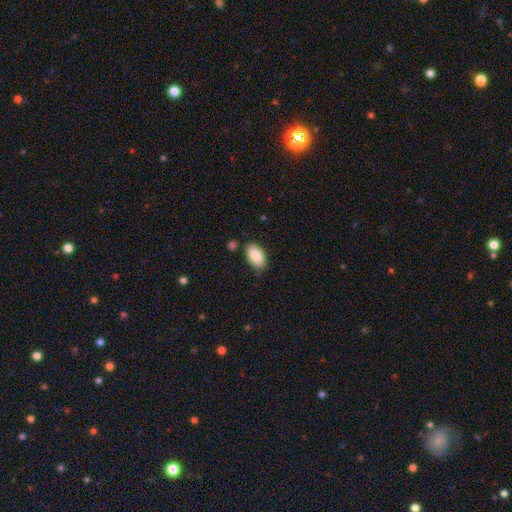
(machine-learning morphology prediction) Smooth or featured?
  - smooth: 87% *
  - featured or disk: 7%
  - star or artifact: 7%
How rounded?
  - in between: 94% *
  - round: 4%
  - cigar-shaped: 2%
Merging?
  - none: 79% *
  - minor disturbance: 15%
  - merger: 3%
  - major disturbance: 3%